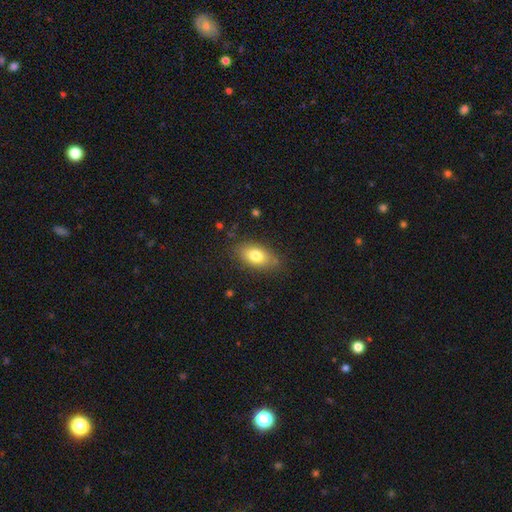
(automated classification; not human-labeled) smooth 78%, featured or disk 14%, star or artifact 8%. Down the decision tree: how rounded — in between (88%); merging — none (79%).